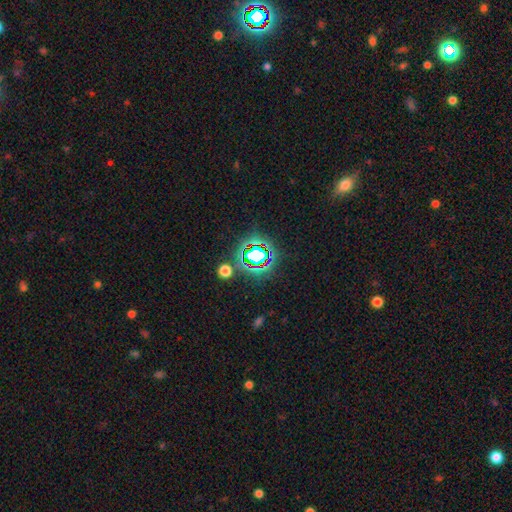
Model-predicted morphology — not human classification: Smooth or featured: star or artifact — 66% (smooth — 23%)